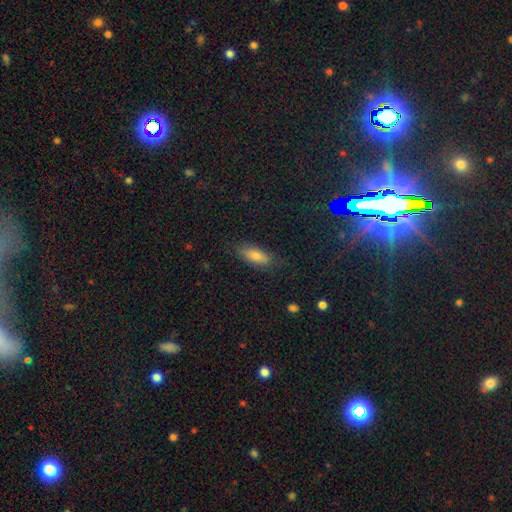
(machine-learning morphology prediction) smooth 55%, star or artifact 31%, featured or disk 14%. Down the decision tree: how rounded — in between (76%); merging — none (83%).